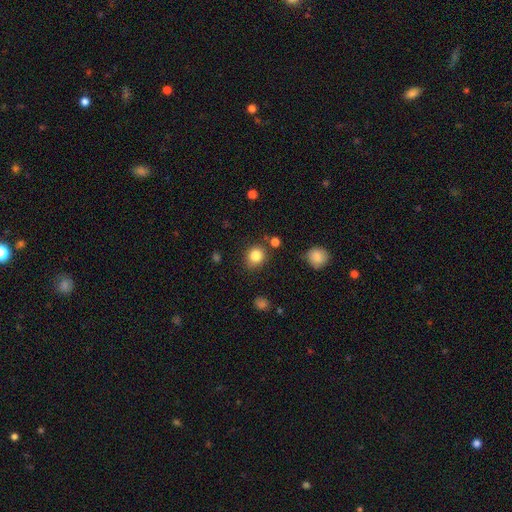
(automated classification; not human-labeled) Smooth or featured?
  - smooth: 84% *
  - star or artifact: 11%
  - featured or disk: 5%
How rounded?
  - round: 80% *
  - in between: 20%
  - cigar-shaped: 1%
Merging?
  - none: 81% *
  - minor disturbance: 11%
  - merger: 5%
  - major disturbance: 3%